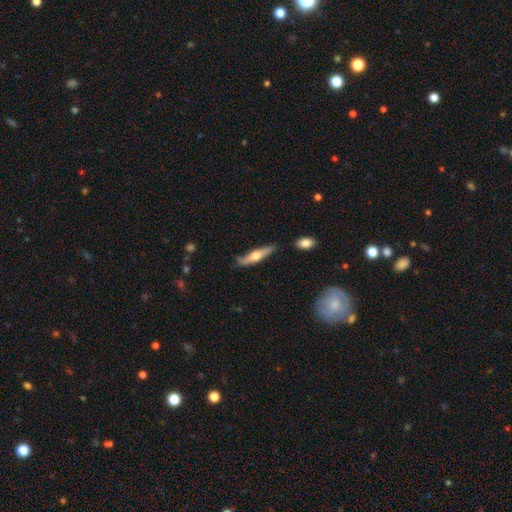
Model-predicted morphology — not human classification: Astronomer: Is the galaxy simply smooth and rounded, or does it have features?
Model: featured or disk — 50% (runner-up: smooth, 45%).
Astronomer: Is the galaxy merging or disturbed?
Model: none — 82%.